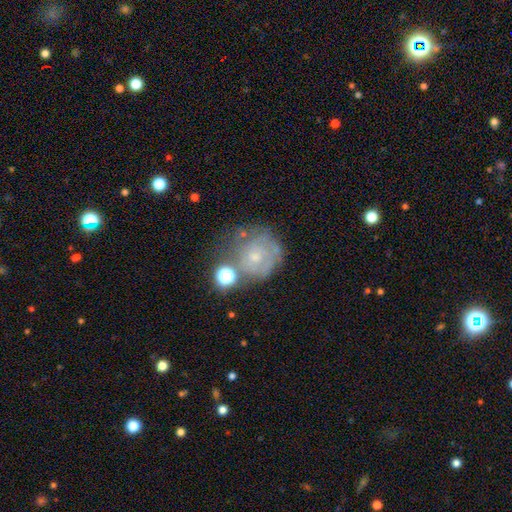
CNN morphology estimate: featured or disk 53%, smooth 29%, star or artifact 18%. Down the decision tree: edge-on disk — no (96%); bar — no (80%); spiral arms — yes (70%); bulge size — small (72%); merging — none (59%).